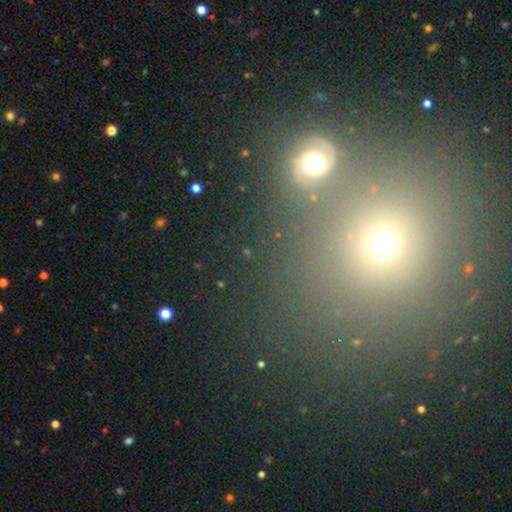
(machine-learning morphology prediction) A smooth galaxy with no disk features (48%). Merging: none (62%).